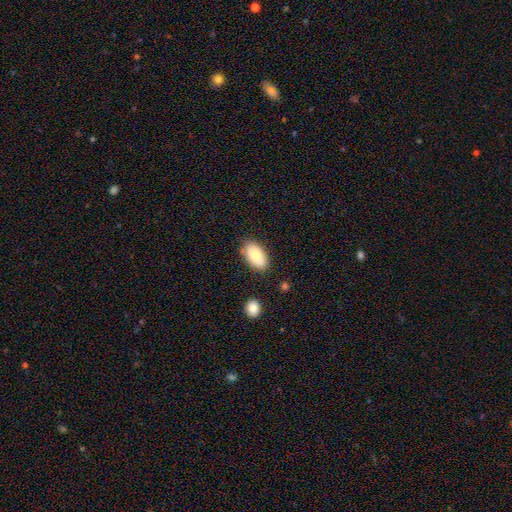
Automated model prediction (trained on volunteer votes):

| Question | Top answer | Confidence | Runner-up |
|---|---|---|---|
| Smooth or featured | smooth | 83% | featured or disk (10%) |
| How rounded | in between | 94% | round (4%) |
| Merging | none | 81% | minor disturbance (13%) |